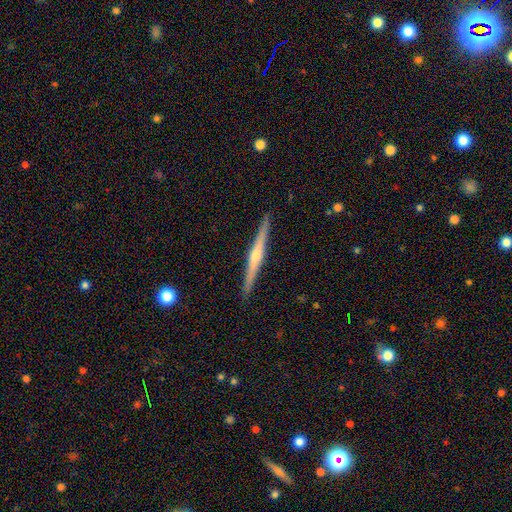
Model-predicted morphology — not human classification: This appears to be a featured or disk galaxy (80%) viewed edge-on (98%) with a rounded central bulge (83%). Merging: none (93%).